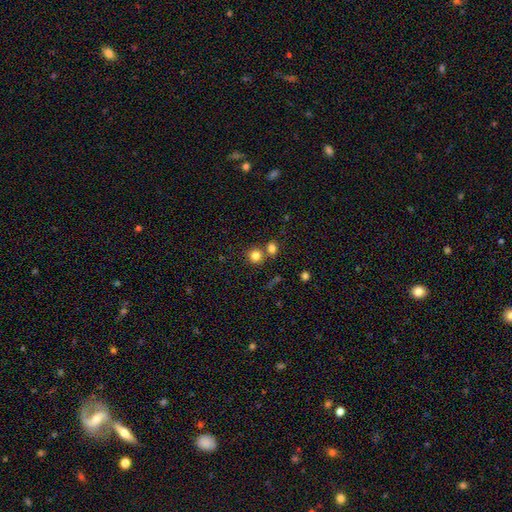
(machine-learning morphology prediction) Overall: smooth (81%). How rounded: round (88%). Merging: none (65%; merger 25%).